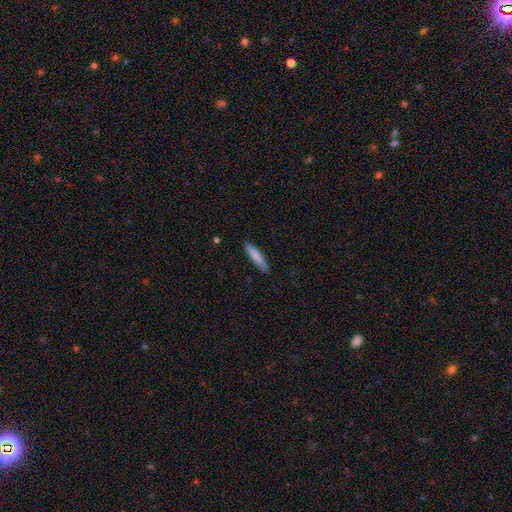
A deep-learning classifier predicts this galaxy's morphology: Smooth or featured: smooth — 79% (featured or disk — 16%)
How rounded: cigar-shaped — 88% (in between — 11%)
Merging: none — 87% (minor disturbance — 10%)